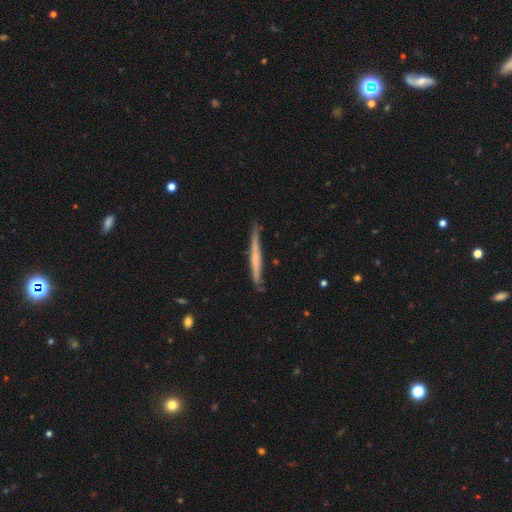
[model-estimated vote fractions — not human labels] This appears to be a featured or disk galaxy (47%). Merging: none (82%).